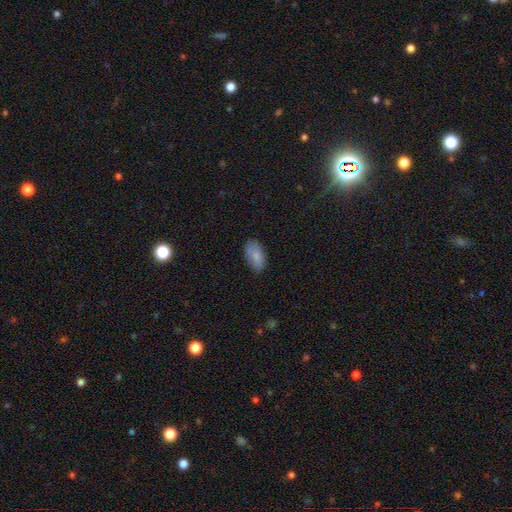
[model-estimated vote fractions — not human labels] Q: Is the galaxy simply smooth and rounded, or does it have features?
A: smooth — 84%.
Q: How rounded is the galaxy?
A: in between — 94%.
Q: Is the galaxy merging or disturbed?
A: none — 76%.